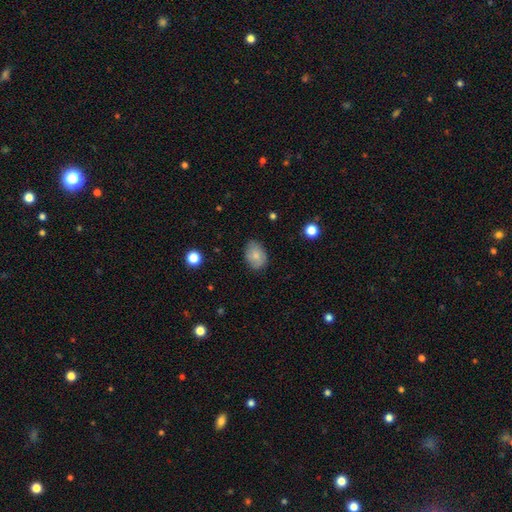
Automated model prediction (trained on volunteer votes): smooth-or-featured: smooth: 74% | featured or disk: 19% | star or artifact: 8%
  how-rounded: in between: 75% | round: 24% | cigar-shaped: 1%
  merging: none: 77% | minor disturbance: 18% | major disturbance: 3% | merger: 1%